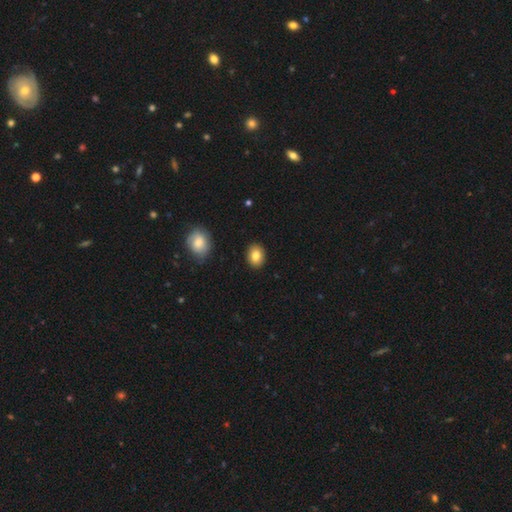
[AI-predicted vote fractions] The model was most divided on "how rounded": in between: 62%, round: 37%, cigar-shaped: 1%. More confident: merging — none (90%); smooth or featured — smooth (83%).